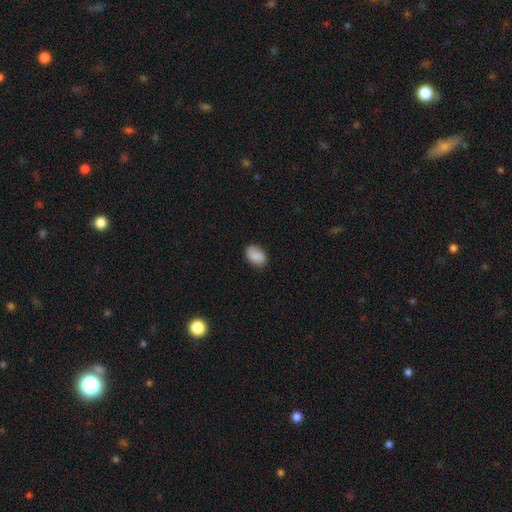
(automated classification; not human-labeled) A smooth galaxy with no disk features (75%) that is in between round and cigar-shaped (83%). Merging: none (78%).